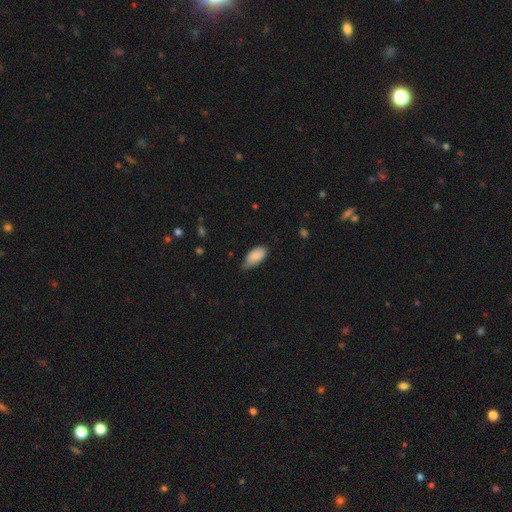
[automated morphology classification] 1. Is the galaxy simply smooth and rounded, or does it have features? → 85% smooth, 8% featured or disk, 6% star or artifact.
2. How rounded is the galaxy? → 92% in between, 6% cigar-shaped, 2% round.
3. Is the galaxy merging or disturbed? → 46% minor disturbance, 45% none, 8% major disturbance, 2% merger.